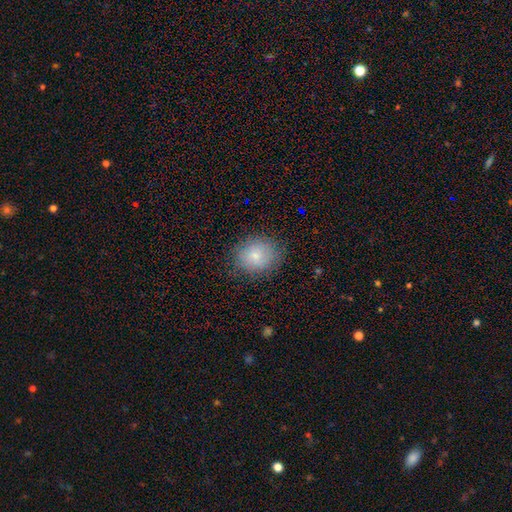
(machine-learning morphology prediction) A smooth galaxy with no disk features (80%) that is round (64%).

Vote fractions:
- Smooth or featured? smooth: 80% / featured or disk: 11% / star or artifact: 9%
- How rounded? round: 64% / in between: 35% / cigar-shaped: 1%
- Merging? none: 82% / minor disturbance: 13% / major disturbance: 4% / merger: 1%